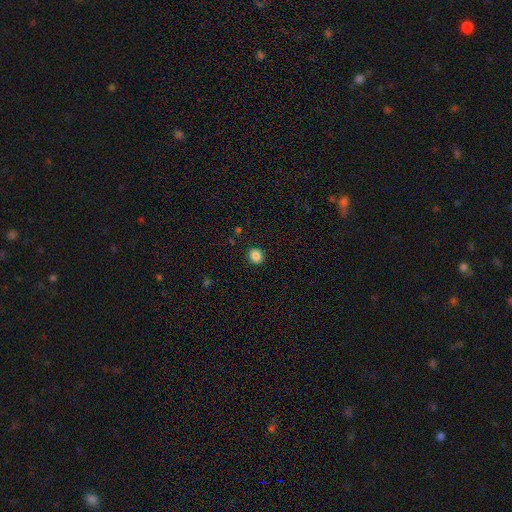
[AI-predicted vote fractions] Smooth or featured: smooth — 86% (star or artifact — 10%)
How rounded: round — 82% (in between — 17%)
Merging: none — 91% (minor disturbance — 6%)